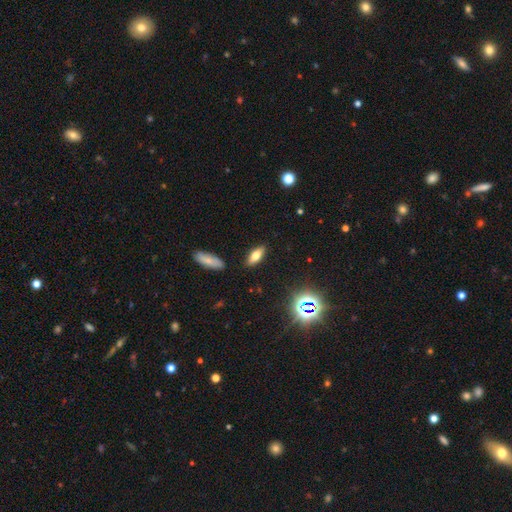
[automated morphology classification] Smooth or featured? smooth (68%)
How rounded? in between (71%)
Merging? none (87%)